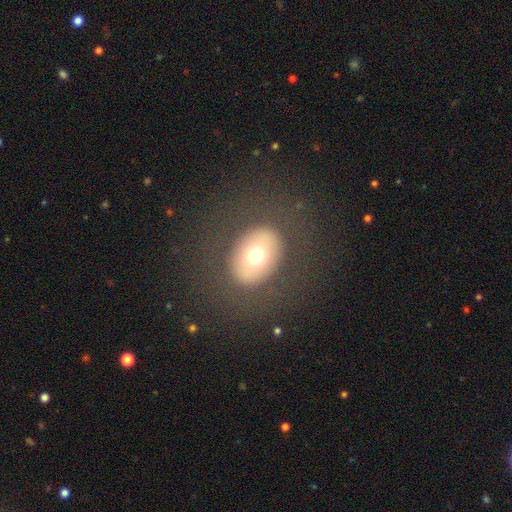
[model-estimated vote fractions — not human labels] Morphology: type=smooth (65%); roundness=in between (61%); merging=none (82%).